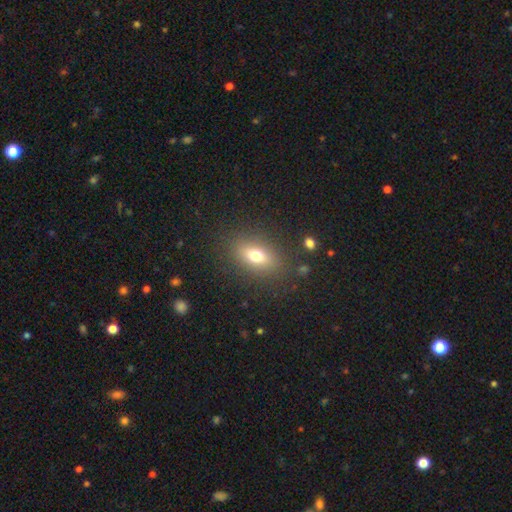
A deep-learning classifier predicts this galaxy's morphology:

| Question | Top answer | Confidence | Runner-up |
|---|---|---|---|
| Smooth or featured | smooth | 71% | featured or disk (16%) |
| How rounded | in between | 76% | round (18%) |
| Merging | none | 84% | minor disturbance (10%) |